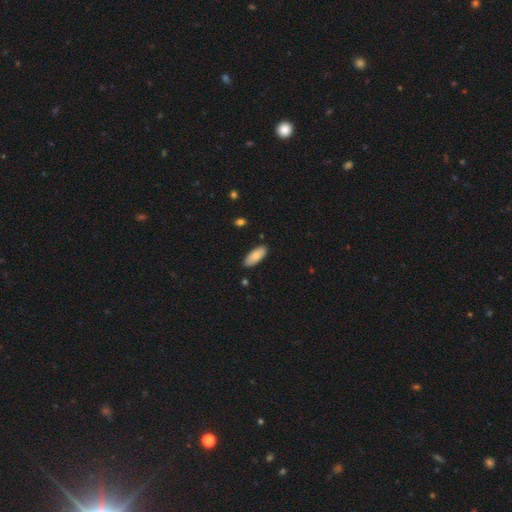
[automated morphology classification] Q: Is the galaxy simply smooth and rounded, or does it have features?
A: smooth — 84%.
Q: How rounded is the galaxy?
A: in between — 80%.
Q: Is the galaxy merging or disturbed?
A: none — 87%.